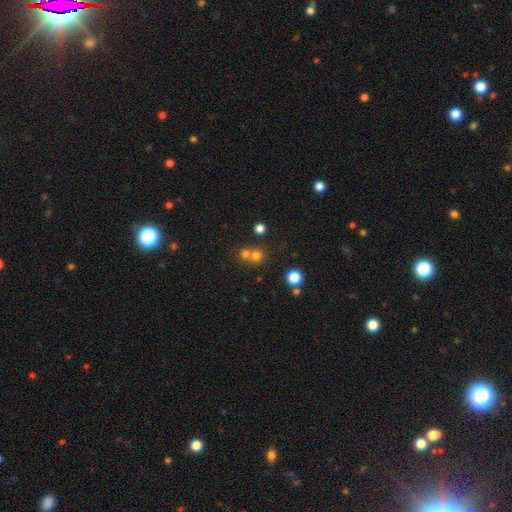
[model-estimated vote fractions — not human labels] This is likely a smooth galaxy (70%). How rounded: clearly round (89%). Merging: possibly none (50%).